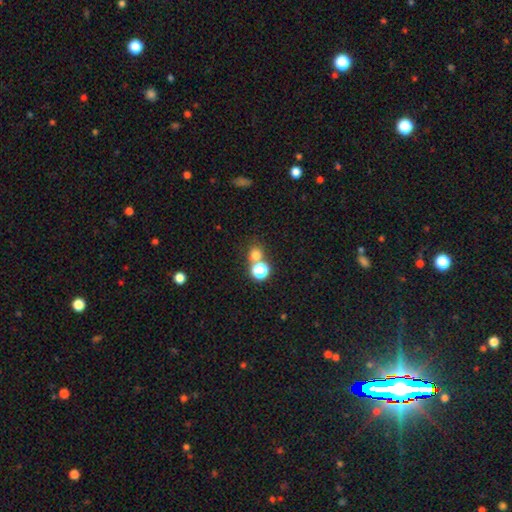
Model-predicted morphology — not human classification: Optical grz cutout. It shows a smooth galaxy with no disk features (70%) that is round (84%). Merging: none (59%).